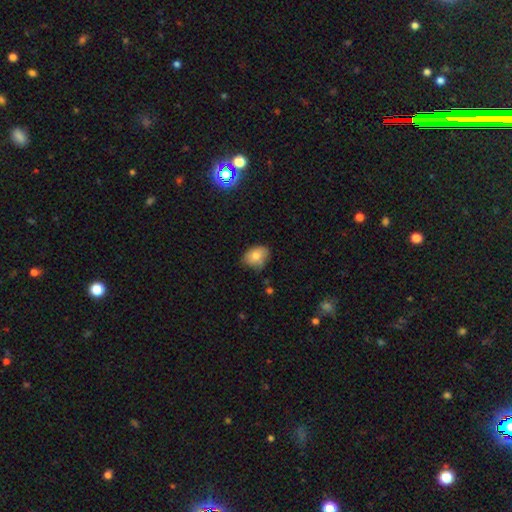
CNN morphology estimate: Q: Smooth or featured?
A: smooth (78%); runner-up: featured or disk (12%)
Q: How rounded?
A: in between (66%); runner-up: round (33%)
Q: Merging?
A: none (61%); runner-up: minor disturbance (31%)